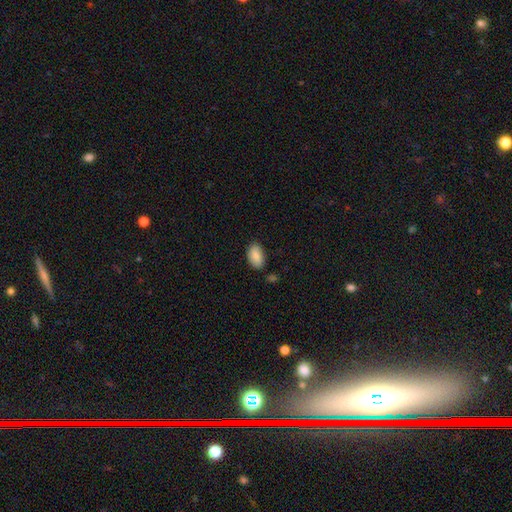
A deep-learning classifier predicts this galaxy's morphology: A smooth galaxy with no disk features (87%) that is in between round and cigar-shaped (93%).

Vote fractions:
- Smooth or featured? smooth: 87% / star or artifact: 7% / featured or disk: 7%
- How rounded? in between: 93% / round: 5% / cigar-shaped: 2%
- Merging? none: 78% / minor disturbance: 16% / merger: 3% / major disturbance: 3%